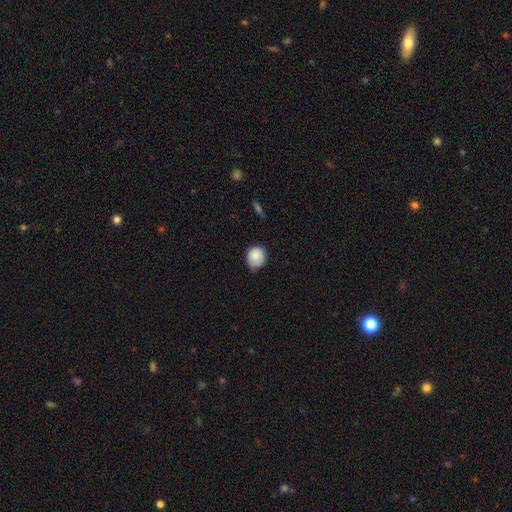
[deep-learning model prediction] Smooth or featured?
  - smooth: 85% *
  - star or artifact: 8%
  - featured or disk: 7%
How rounded?
  - round: 81% *
  - in between: 18%
  - cigar-shaped: 1%
Merging?
  - none: 63% *
  - minor disturbance: 32%
  - major disturbance: 4%
  - merger: 1%